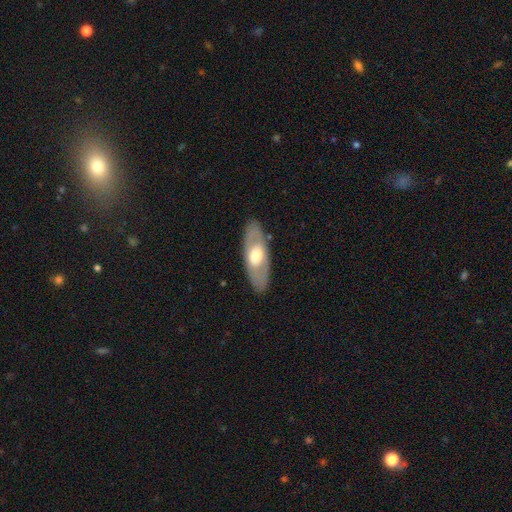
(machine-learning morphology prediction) A featured or disk galaxy (51%).

Vote fractions:
- Smooth or featured? featured or disk: 51% / smooth: 44% / star or artifact: 5%
- Edge-on disk? no: 75% / yes: 25%
- Merging? none: 86% / minor disturbance: 10% / major disturbance: 3% / merger: 1%